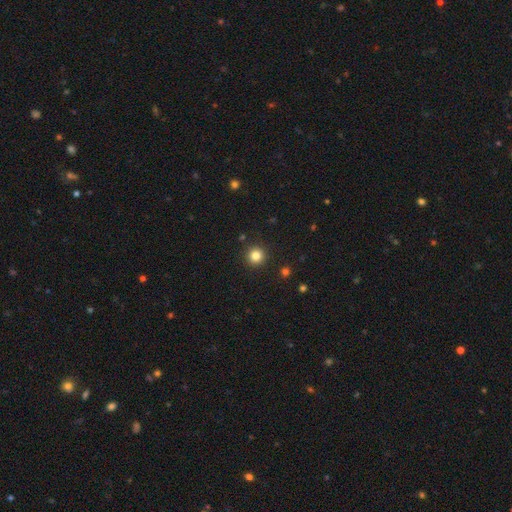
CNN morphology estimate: Smooth or featured? smooth (82%)
How rounded? round (96%)
Merging? none (92%)